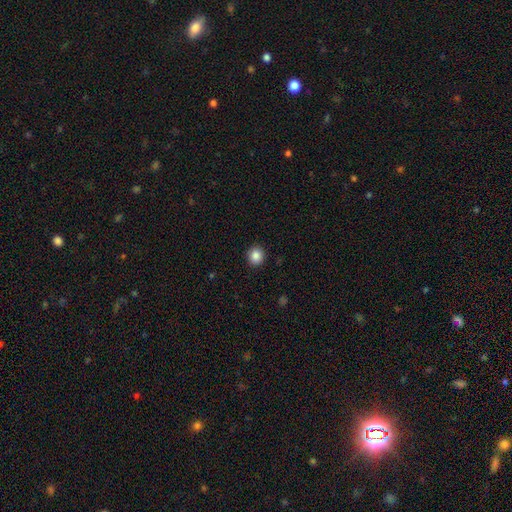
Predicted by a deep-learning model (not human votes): Smooth or featured?
  - smooth: 86% *
  - star or artifact: 10%
  - featured or disk: 4%
How rounded?
  - round: 87% *
  - in between: 12%
  - cigar-shaped: 1%
Merging?
  - none: 92% *
  - minor disturbance: 6%
  - major disturbance: 2%
  - merger: 1%